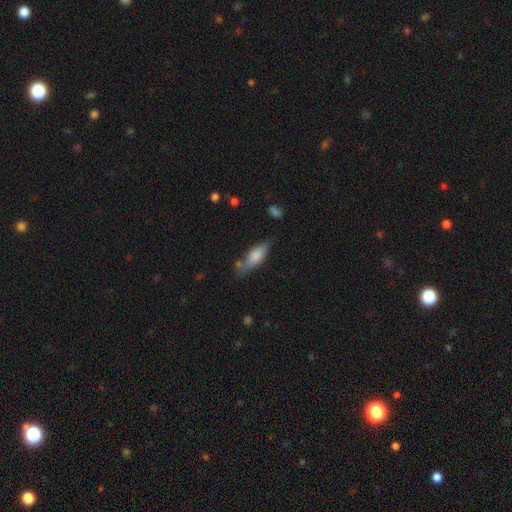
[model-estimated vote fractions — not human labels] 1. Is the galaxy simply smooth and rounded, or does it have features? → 65% smooth, 28% featured or disk, 6% star or artifact.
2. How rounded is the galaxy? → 53% in between, 45% cigar-shaped, 2% round.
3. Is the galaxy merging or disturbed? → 63% none, 25% minor disturbance, 6% major disturbance, 6% merger.